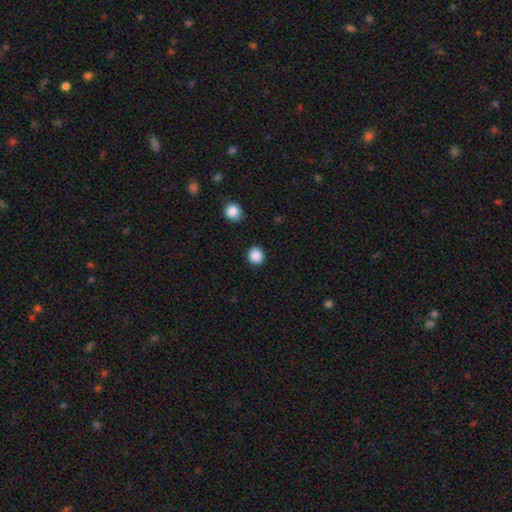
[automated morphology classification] Smooth or featured: smooth — 88% (star or artifact — 9%)
How rounded: round — 90% (in between — 9%)
Merging: none — 91% (minor disturbance — 6%)